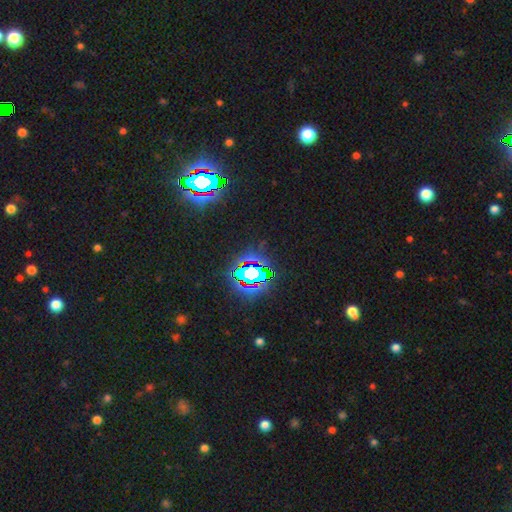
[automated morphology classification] Smooth or featured? Predicted: star or artifact (p=0.82).